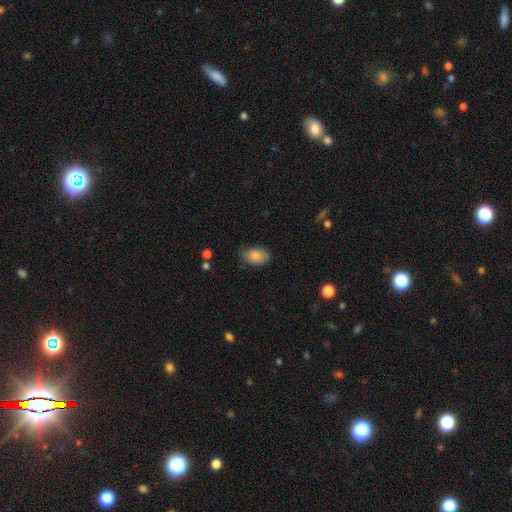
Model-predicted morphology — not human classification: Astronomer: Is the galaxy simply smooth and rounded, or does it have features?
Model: smooth — 80%.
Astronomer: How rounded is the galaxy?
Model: in between — 87%.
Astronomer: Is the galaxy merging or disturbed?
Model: none — 68%.